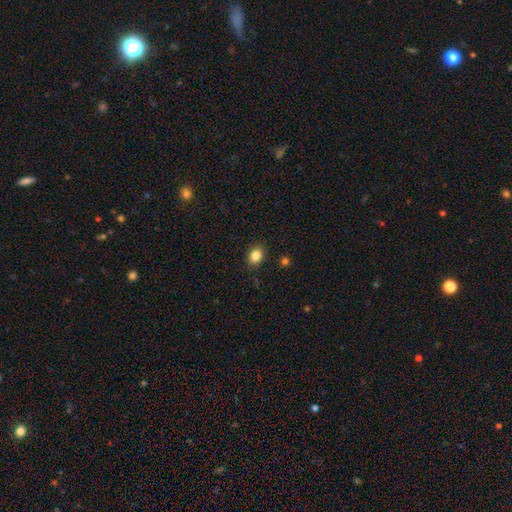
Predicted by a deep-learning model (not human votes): smooth 85%, star or artifact 10%, featured or disk 5%. Down the decision tree: how rounded — in between (58%); merging — none (87%).